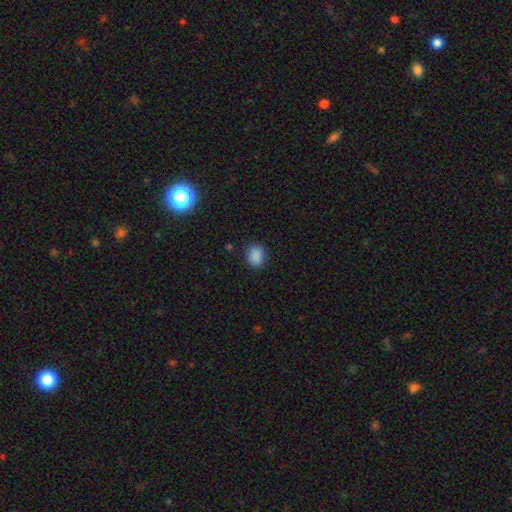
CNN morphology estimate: smooth 87%, star or artifact 10%, featured or disk 3%. Down the decision tree: how rounded — in between (51%); merging — none (86%).